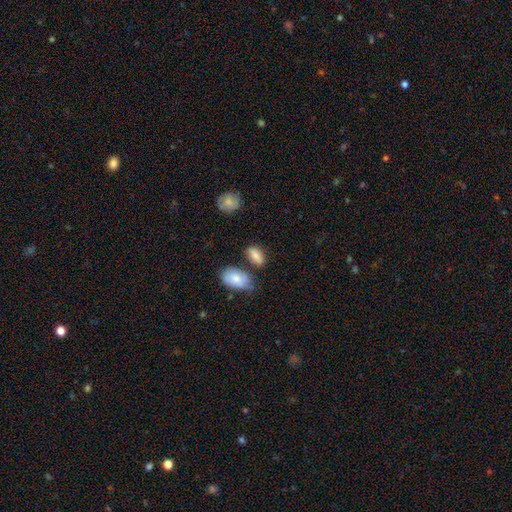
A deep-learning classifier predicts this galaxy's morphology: Smooth or featured? smooth (83%)
How rounded? in between (89%)
Merging? none (65%)